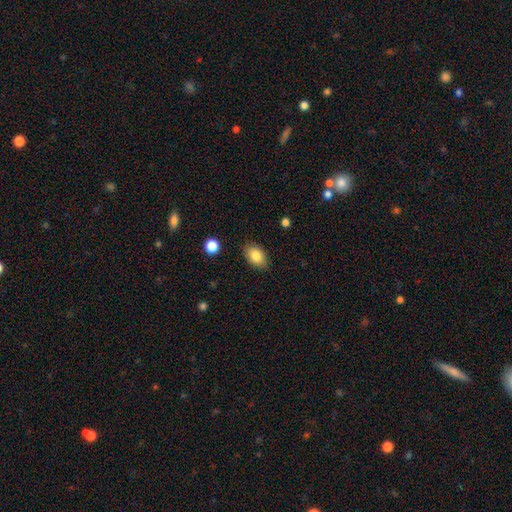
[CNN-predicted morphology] type=smooth (84%); roundness=in between (86%); merging=none (86%).